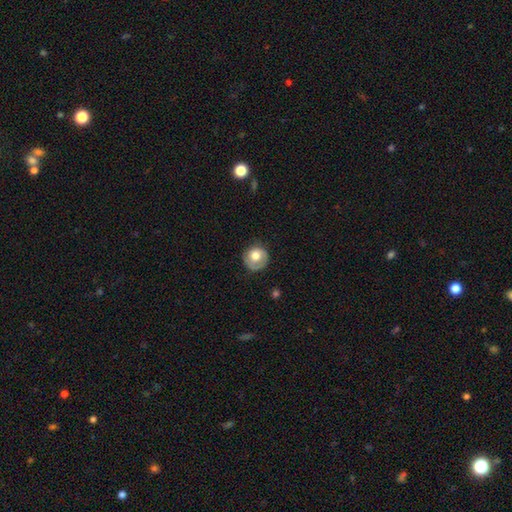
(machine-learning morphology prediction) Smooth or featured? Predicted: smooth (p=0.60). How rounded? Predicted: round (p=0.89). Merging? Predicted: none (p=0.70).